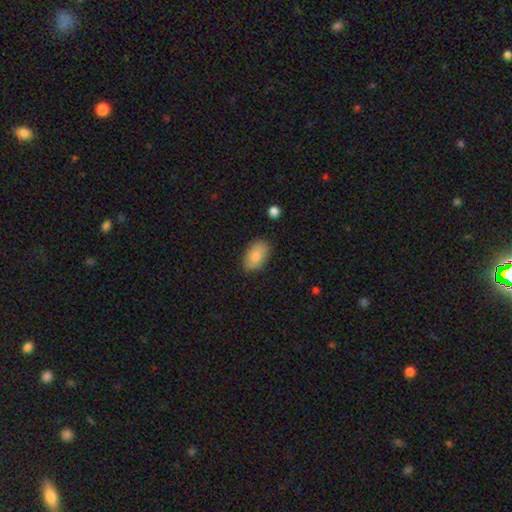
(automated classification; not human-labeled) Smooth or featured?
  - smooth: 84% *
  - featured or disk: 9%
  - star or artifact: 7%
How rounded?
  - in between: 92% *
  - round: 6%
  - cigar-shaped: 2%
Merging?
  - none: 84% *
  - minor disturbance: 12%
  - major disturbance: 3%
  - merger: 1%